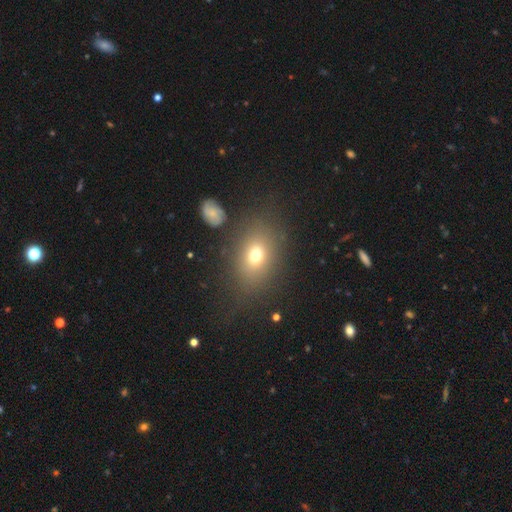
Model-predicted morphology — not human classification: A smooth galaxy with no disk features (71%) that is in between round and cigar-shaped (66%).

Vote fractions:
- Smooth or featured? smooth: 71% / star or artifact: 15% / featured or disk: 14%
- How rounded? in between: 66% / round: 33% / cigar-shaped: 2%
- Merging? none: 77% / minor disturbance: 12% / major disturbance: 7% / merger: 4%